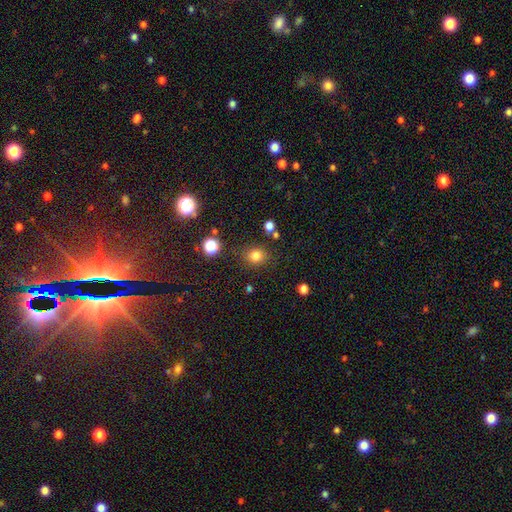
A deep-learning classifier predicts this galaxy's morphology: Smooth or featured? Predicted: smooth (p=0.79). How rounded? Predicted: round (p=0.72). Merging? Predicted: none (p=0.82).